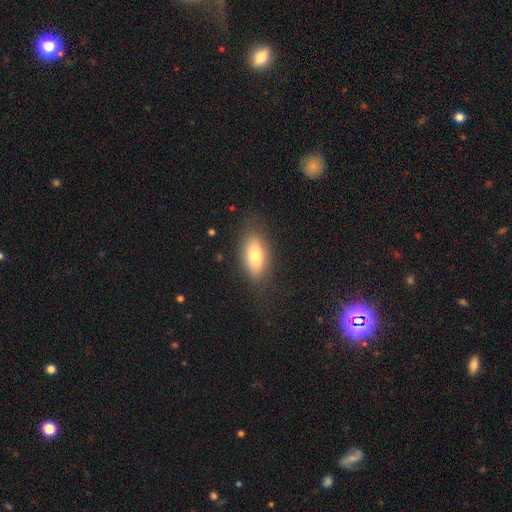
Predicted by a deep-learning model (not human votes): smooth 72%, featured or disk 20%, star or artifact 8%. Down the decision tree: how rounded — in between (84%); merging — none (80%).